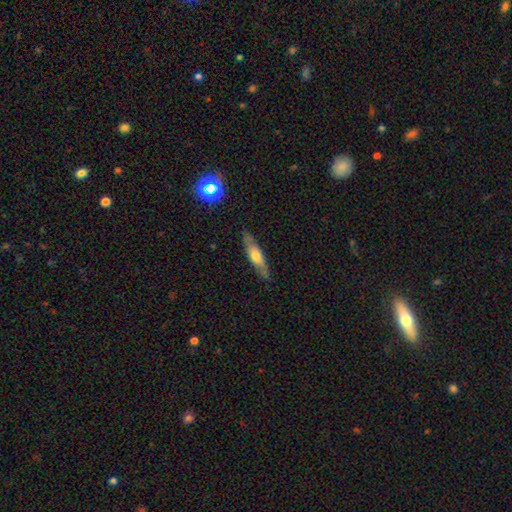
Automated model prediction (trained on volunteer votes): Overall: smooth (47%; featured or disk 46%). Merging: none (85%).